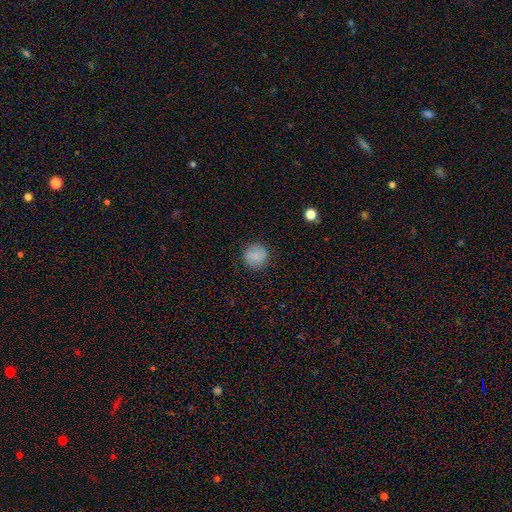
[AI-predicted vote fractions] This is clearly a smooth galaxy (83%). How rounded: clearly round (94%). Merging: clearly none (88%).